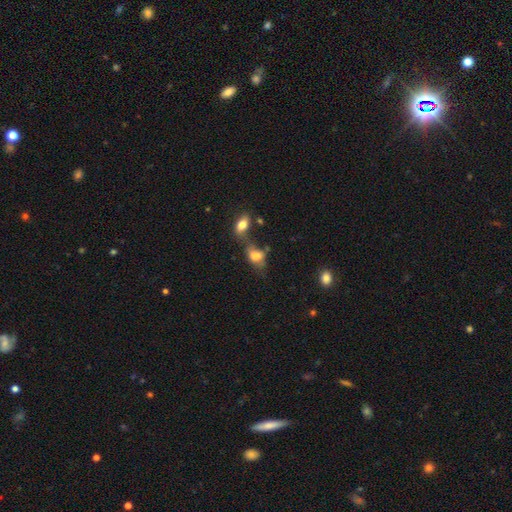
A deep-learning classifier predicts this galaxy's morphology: Overall: smooth (70%). How rounded: in between (84%). Merging: merger (38%; none 30%).